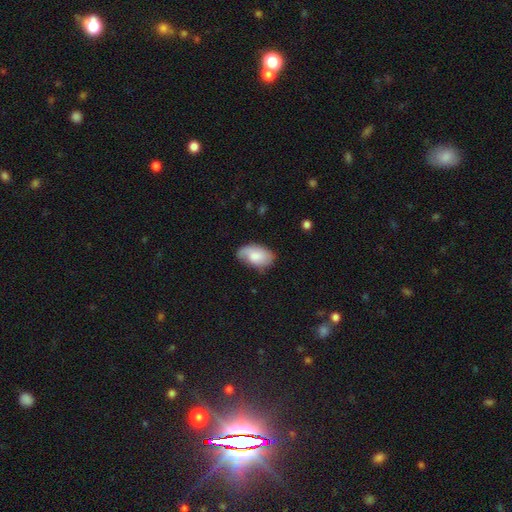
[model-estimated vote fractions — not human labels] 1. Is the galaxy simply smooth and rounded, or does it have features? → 71% smooth, 22% featured or disk, 7% star or artifact.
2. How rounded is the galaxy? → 93% in between, 6% round, 1% cigar-shaped.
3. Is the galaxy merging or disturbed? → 60% none, 30% minor disturbance, 8% major disturbance, 2% merger.